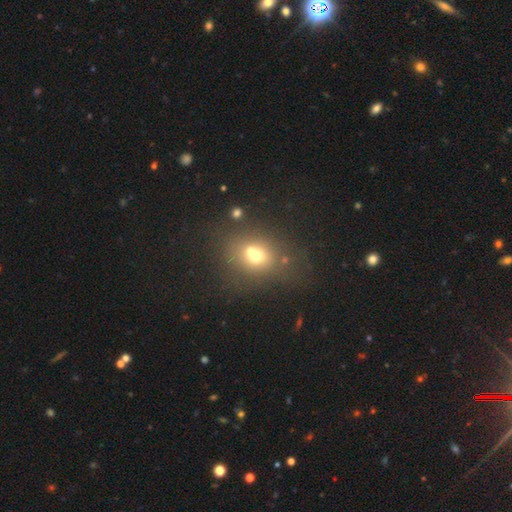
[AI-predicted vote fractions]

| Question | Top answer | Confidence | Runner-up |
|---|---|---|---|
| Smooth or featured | smooth | 61% | featured or disk (22%) |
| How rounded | round | 59% | in between (40%) |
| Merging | merger | 46% | none (38%) |